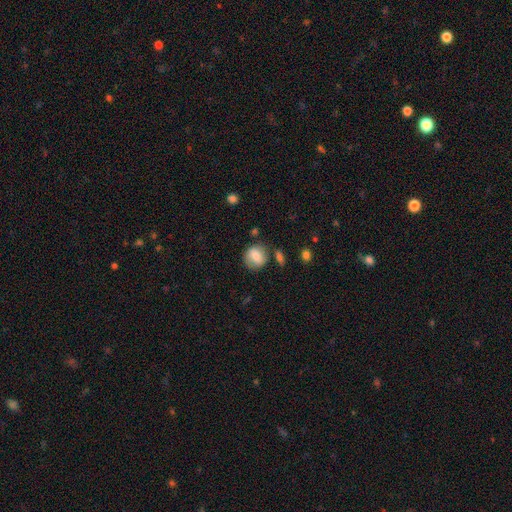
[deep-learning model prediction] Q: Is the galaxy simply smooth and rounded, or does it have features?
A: smooth — 75%.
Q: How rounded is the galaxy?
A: round — 77%.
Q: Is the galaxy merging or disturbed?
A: none — 69%.